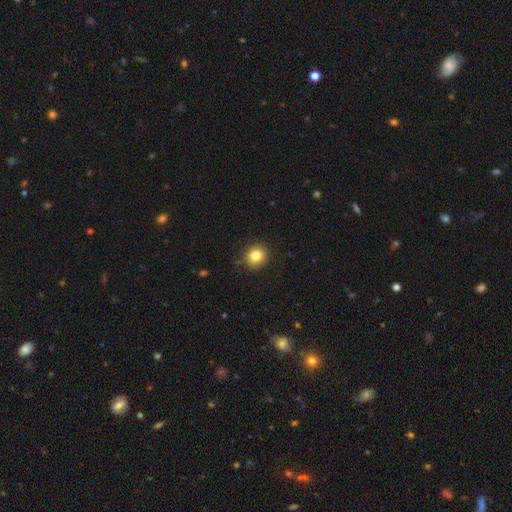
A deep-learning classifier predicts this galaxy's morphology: smooth_or_featured: smooth (p=0.83) [alt: star or artifact p=0.11]
how_rounded: round (p=0.84) [alt: in between p=0.15]
merging: none (p=0.89) [alt: minor disturbance p=0.07]